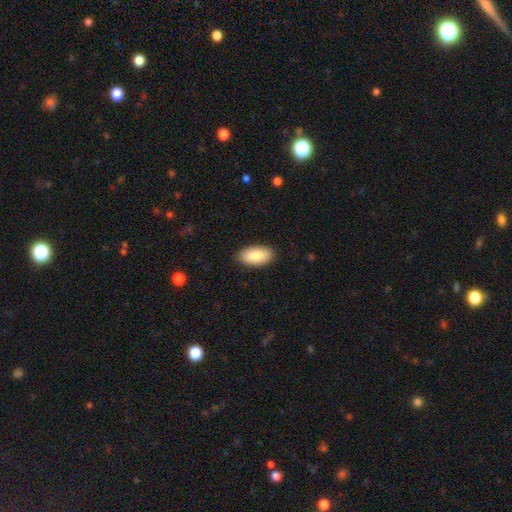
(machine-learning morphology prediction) This is clearly a smooth galaxy (88%). How rounded: clearly in between (94%). Merging: clearly none (88%).